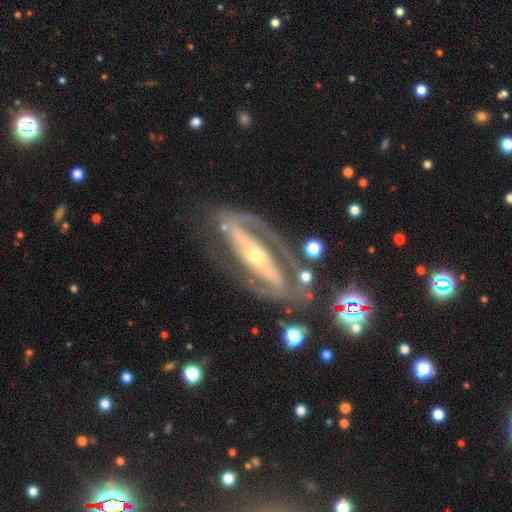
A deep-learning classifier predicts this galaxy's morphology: A featured or disk galaxy (88%) with a strong bar (59%), 2 (83%) medium (42%) spiral arms (88%) and a small central bulge (53%). Merging: none (72%).